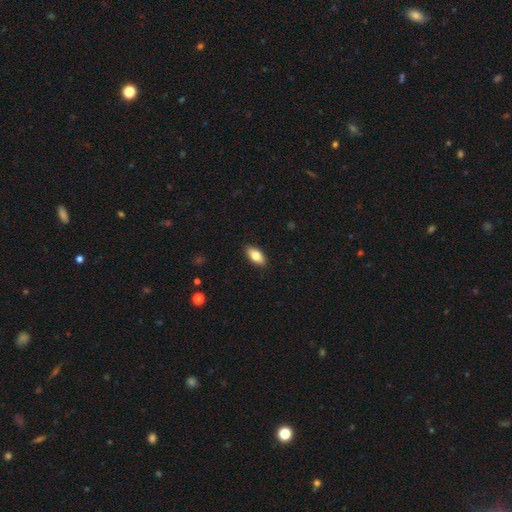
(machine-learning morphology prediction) smooth_or_featured: smooth (p=0.80) [alt: featured or disk p=0.13]
how_rounded: in between (p=0.90) [alt: cigar-shaped p=0.07]
merging: none (p=0.89) [alt: minor disturbance p=0.08]